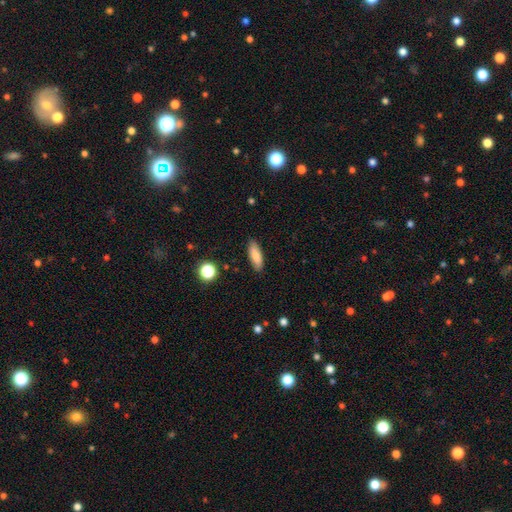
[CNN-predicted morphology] Smooth or featured: smooth — 81% (featured or disk — 12%)
How rounded: in between — 58% (cigar-shaped — 39%)
Merging: none — 87% (minor disturbance — 9%)